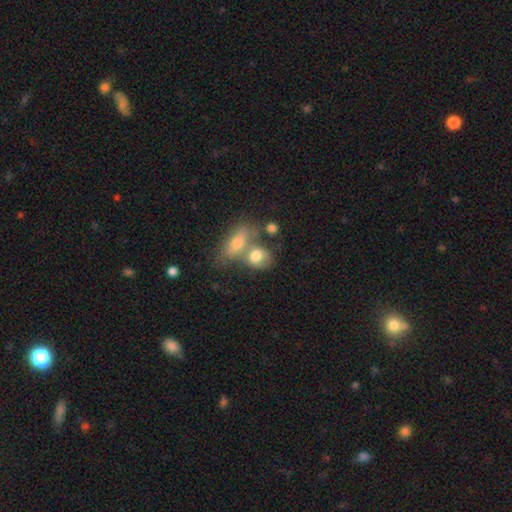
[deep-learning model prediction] A smooth galaxy with no disk features (74%) that is in between round and cigar-shaped (67%).

Vote fractions:
- Smooth or featured? smooth: 74% / featured or disk: 18% / star or artifact: 8%
- How rounded? in between: 67% / round: 29% / cigar-shaped: 3%
- Merging? merger: 51% / none: 30% / minor disturbance: 12% / major disturbance: 8%